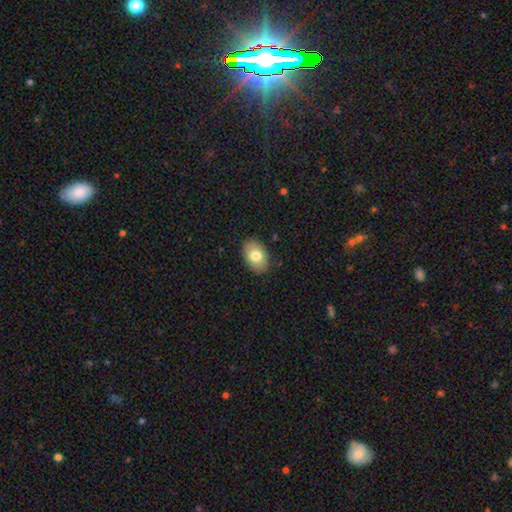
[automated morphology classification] smooth 78%, featured or disk 15%, star or artifact 8%. Down the decision tree: how rounded — in between (85%); merging — none (86%).